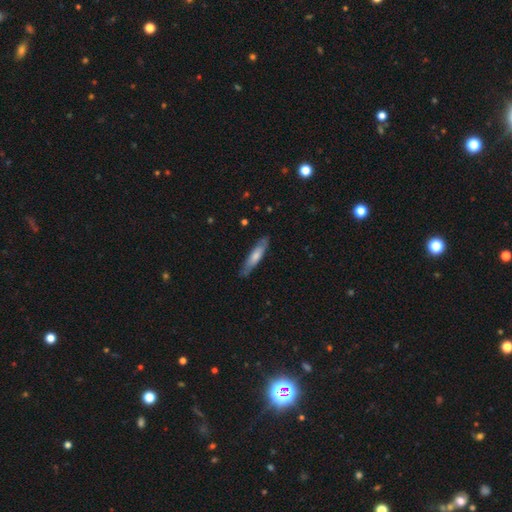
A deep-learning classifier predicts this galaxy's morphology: The model was most divided on "smooth or featured": smooth: 62%, featured or disk: 33%, star or artifact: 5%. More confident: merging — none (80%); how rounded — cigar-shaped (79%).